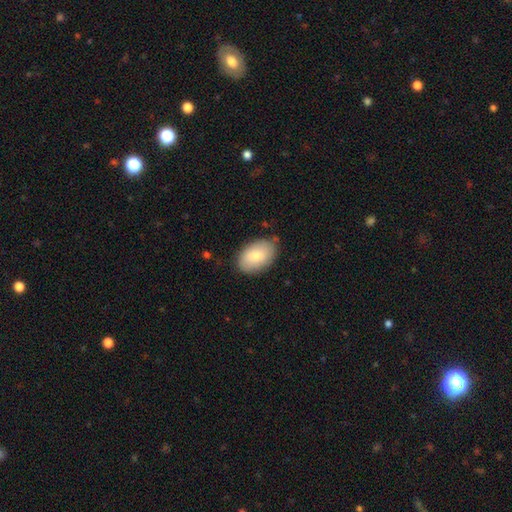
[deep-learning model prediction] A smooth galaxy with no disk features (79%) that is in between round and cigar-shaped (90%).

Vote fractions:
- Smooth or featured? smooth: 79% / featured or disk: 15% / star or artifact: 6%
- How rounded? in between: 90% / round: 9% / cigar-shaped: 1%
- Merging? none: 80% / minor disturbance: 16% / major disturbance: 3% / merger: 2%